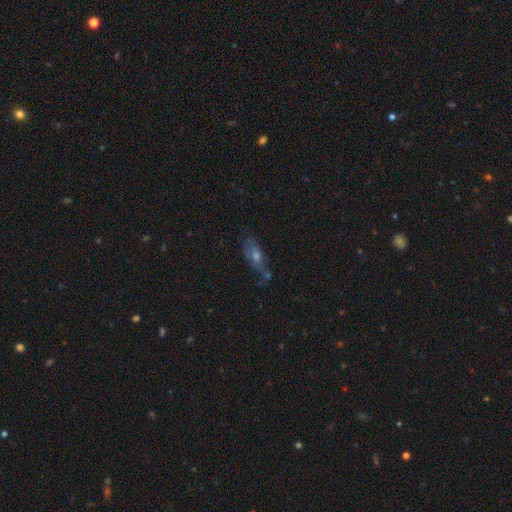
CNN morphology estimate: A featured or disk galaxy (46%). Merging: none (51%).